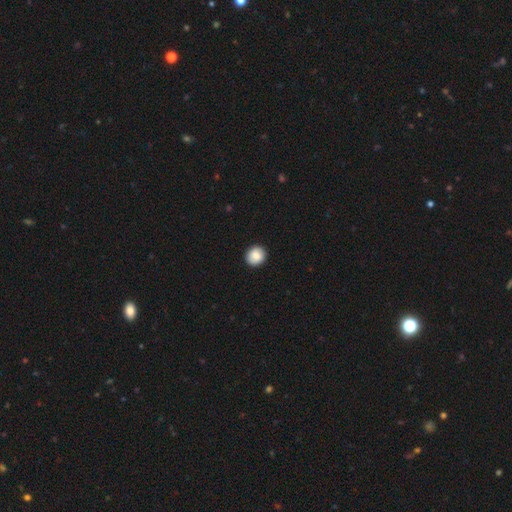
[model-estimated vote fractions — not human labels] A smooth galaxy with no disk features (85%) that is round (88%). Merging: none (91%).